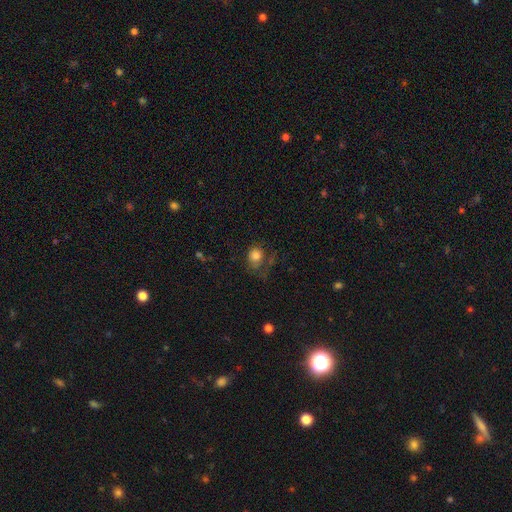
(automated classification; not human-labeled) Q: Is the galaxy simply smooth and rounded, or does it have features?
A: smooth — 76%.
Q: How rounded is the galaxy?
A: round — 66%.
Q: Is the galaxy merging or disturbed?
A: none — 48%.